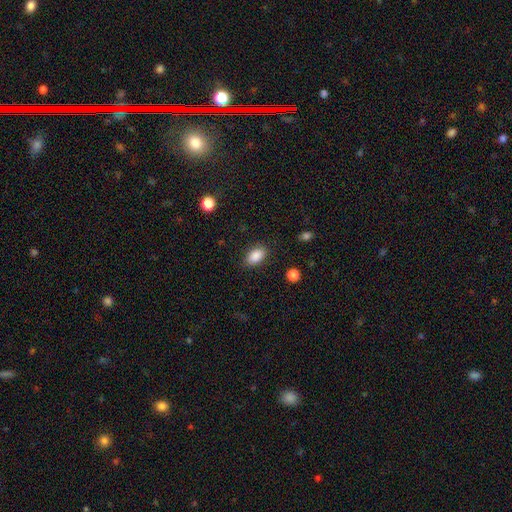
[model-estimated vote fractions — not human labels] Morphology: type=smooth (88%); roundness=in between (90%); merging=none (84%).